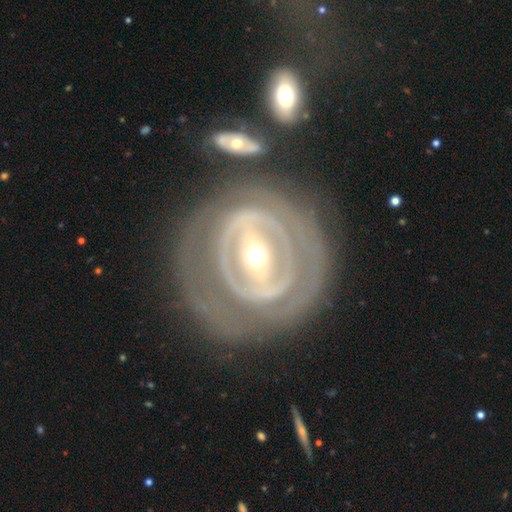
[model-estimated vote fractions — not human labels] Morphology: type=featured or disk (85%); edge-on=no (94%); bar=strong (49%); spiral arms=yes (64%); winding=tight (78%); arm count=can't tell (45%); bulge=small (59%); merging=none (71%).